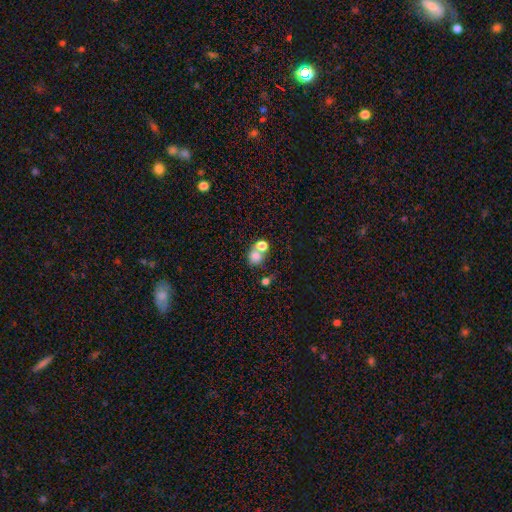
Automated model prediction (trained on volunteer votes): This is likely a smooth galaxy (75%). How rounded: likely round (70%). Merging: possibly merger (48%).